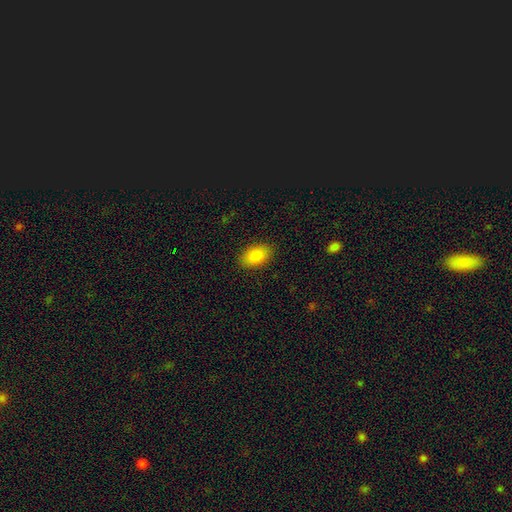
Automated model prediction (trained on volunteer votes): Smooth or featured? Predicted: smooth (p=0.86). How rounded? Predicted: in between (p=0.91). Merging? Predicted: none (p=0.89).